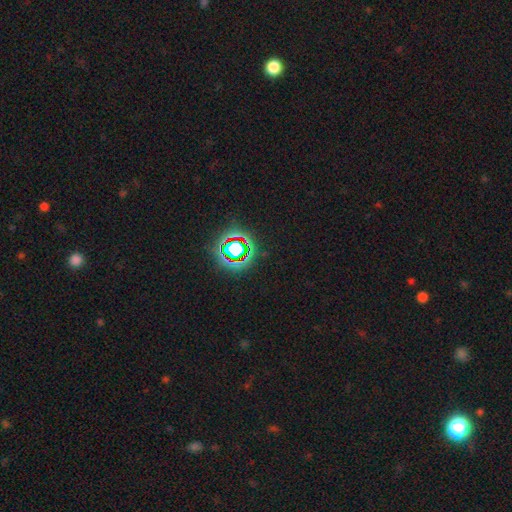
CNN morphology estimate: Smooth or featured?
  - star or artifact: 78% *
  - smooth: 14%
  - featured or disk: 8%